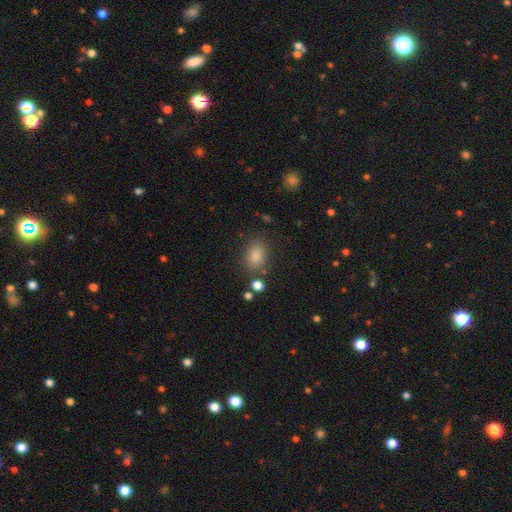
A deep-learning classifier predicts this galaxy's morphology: Overall: smooth (85%). How rounded: in between (72%). Merging: none (78%).